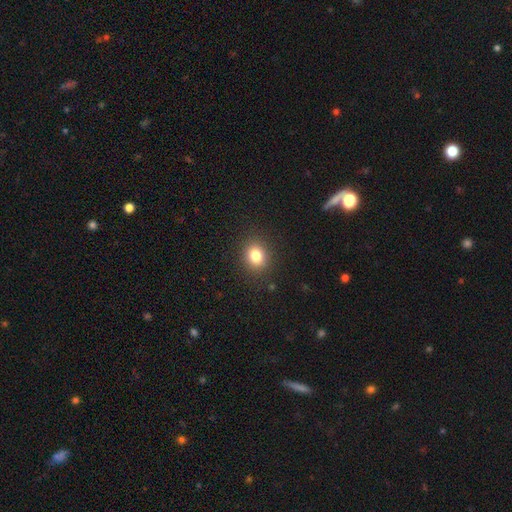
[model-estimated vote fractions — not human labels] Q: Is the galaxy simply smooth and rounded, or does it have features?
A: smooth — 82%.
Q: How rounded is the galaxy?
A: round — 65%.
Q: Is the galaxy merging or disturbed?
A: none — 89%.